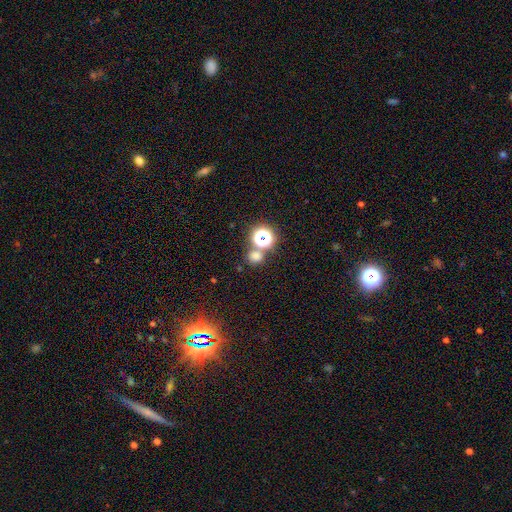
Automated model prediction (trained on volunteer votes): Smooth or featured?
  - smooth: 64% *
  - star or artifact: 30%
  - featured or disk: 6%
How rounded?
  - round: 83% *
  - in between: 15%
  - cigar-shaped: 1%
Merging?
  - none: 69% *
  - merger: 20%
  - minor disturbance: 8%
  - major disturbance: 4%